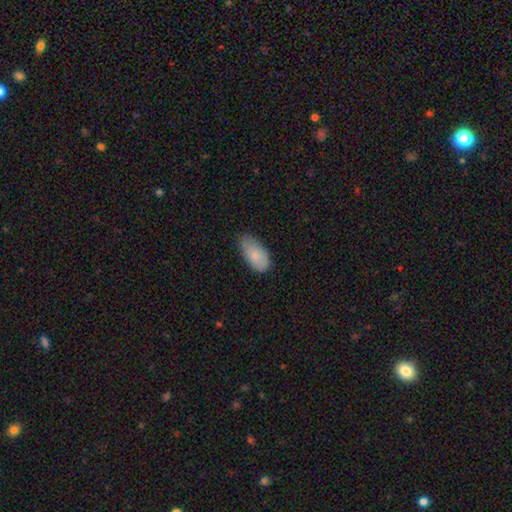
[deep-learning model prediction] Overall: smooth (82%). How rounded: in between (93%). Merging: none (66%; minor disturbance 28%).